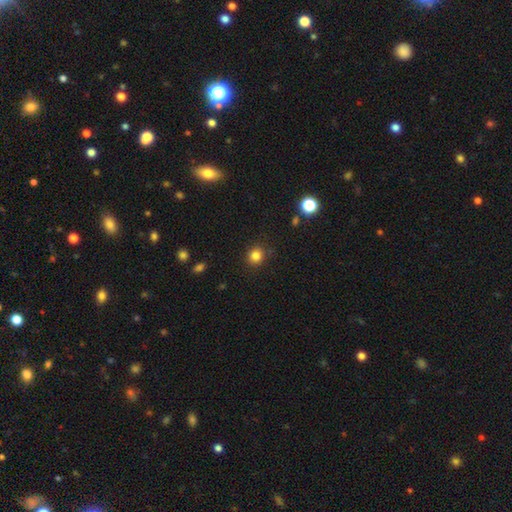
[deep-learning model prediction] Overall: smooth (83%). How rounded: round (86%). Merging: none (88%).